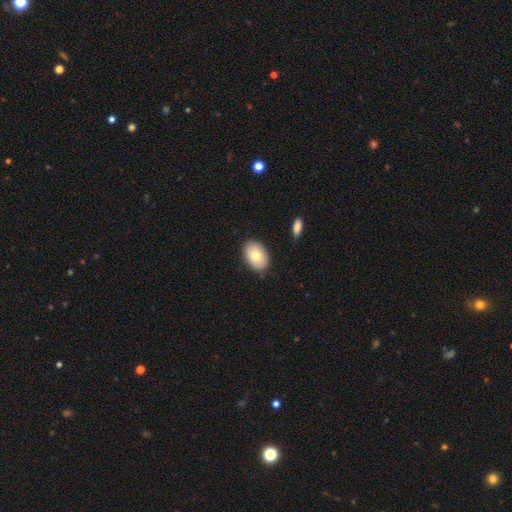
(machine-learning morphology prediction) Smooth or featured? Predicted: smooth (p=0.78). How rounded? Predicted: in between (p=0.86). Merging? Predicted: none (p=0.86).